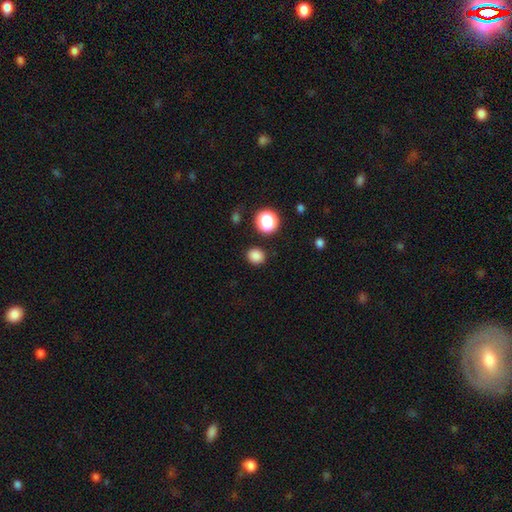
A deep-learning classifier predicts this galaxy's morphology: The model was most divided on "how rounded": round: 73%, in between: 26%, cigar-shaped: 1%. More confident: merging — none (88%); smooth or featured — smooth (83%).